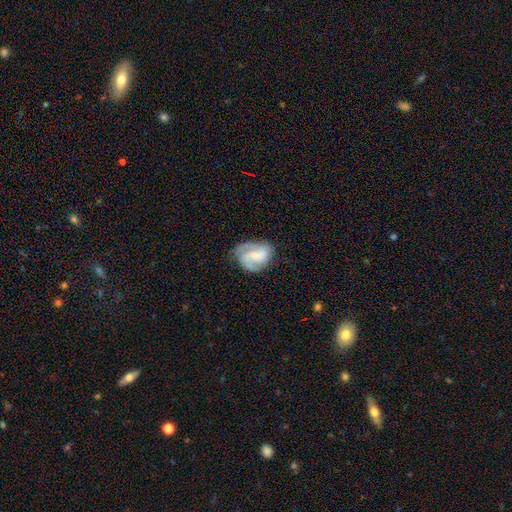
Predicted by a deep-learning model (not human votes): Smooth or featured?
  - featured or disk: 72% *
  - smooth: 22%
  - star or artifact: 7%
Edge-on disk?
  - no: 98% *
  - yes: 2%
Bar?
  - no: 42% *
  - weak: 41%
  - strong: 17%
Spiral arms?
  - yes: 93% *
  - no: 7%
Spiral winding?
  - medium: 47% *
  - tight: 34%
  - loose: 19%
Spiral arm count?
  - 2: 49% *
  - 3: 24%
  - can't tell: 13%
  - 1: 8%
  - 4: 3%
  - more than 4: 3%
Bulge size?
  - none: 41% *
  - small: 28%
  - moderate: 20%
  - large: 9%
  - dominant: 2%
Merging?
  - none: 58% *
  - minor disturbance: 25%
  - major disturbance: 15%
  - merger: 2%